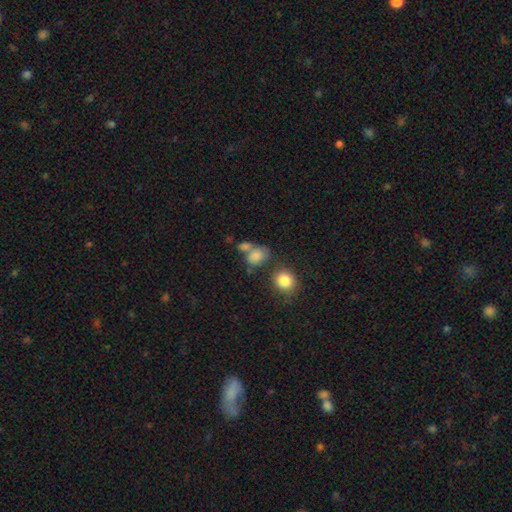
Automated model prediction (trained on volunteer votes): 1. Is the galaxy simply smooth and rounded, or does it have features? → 77% smooth, 12% featured or disk, 11% star or artifact.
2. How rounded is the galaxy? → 63% in between, 36% round, 2% cigar-shaped.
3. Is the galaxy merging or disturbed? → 40% merger, 35% none, 15% minor disturbance, 10% major disturbance.